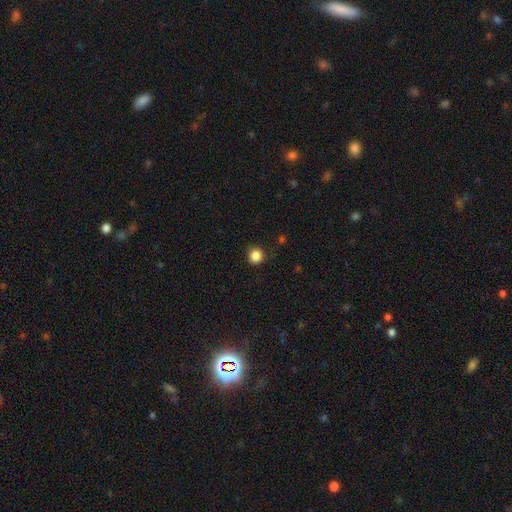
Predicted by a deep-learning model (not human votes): Morphology: type=smooth (86%); roundness=round (91%); merging=none (89%).